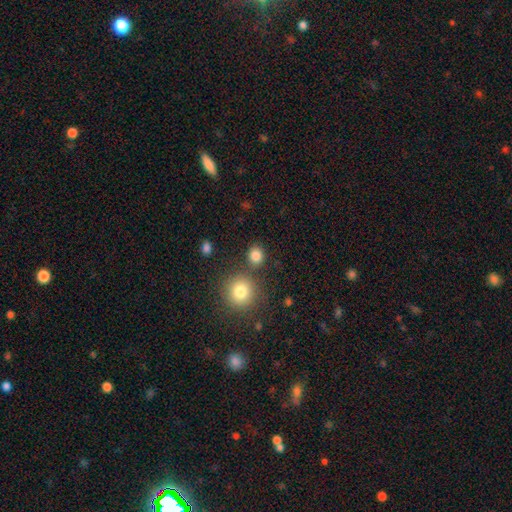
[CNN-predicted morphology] Smooth or featured? smooth (83%)
How rounded? round (75%)
Merging? none (78%)